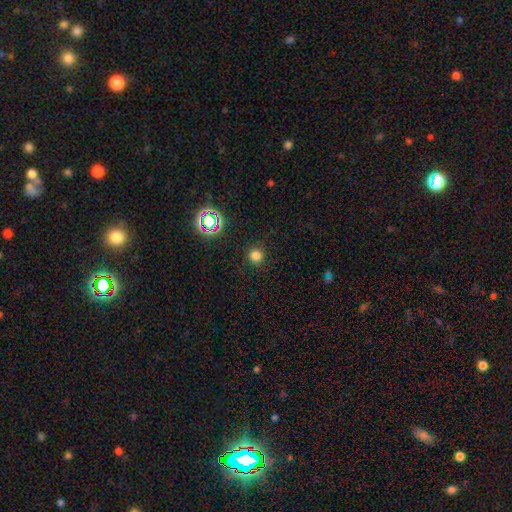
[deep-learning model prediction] Overall: smooth (76%). How rounded: round (94%). Merging: none (87%).